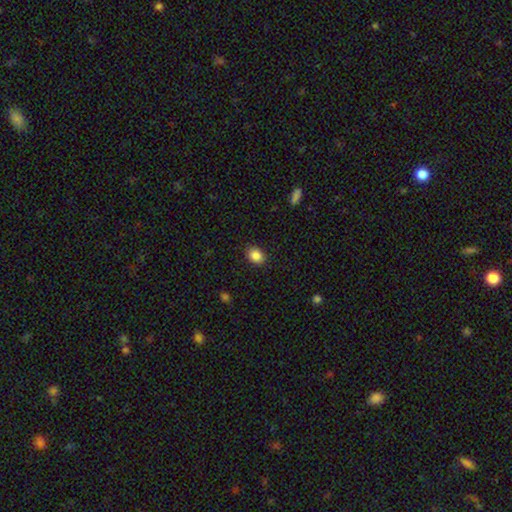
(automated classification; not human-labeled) A smooth galaxy with no disk features (87%) that is in between round and cigar-shaped (57%).

Vote fractions:
- Smooth or featured? smooth: 87% / star or artifact: 9% / featured or disk: 4%
- How rounded? in between: 57% / round: 42% / cigar-shaped: 1%
- Merging? none: 88% / minor disturbance: 9% / major disturbance: 2% / merger: 1%